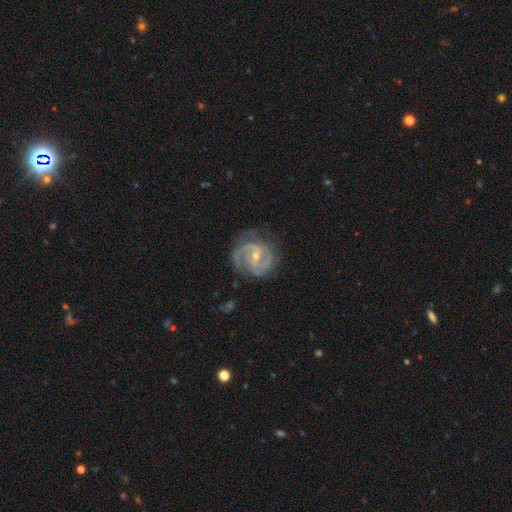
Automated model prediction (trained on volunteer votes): Morphology: type=featured or disk (89%); edge-on=no (98%); bar=weak (43%); spiral arms=yes (97%); winding=tight (51%); arm count=2 (72%); bulge=small (58%); merging=none (74%).